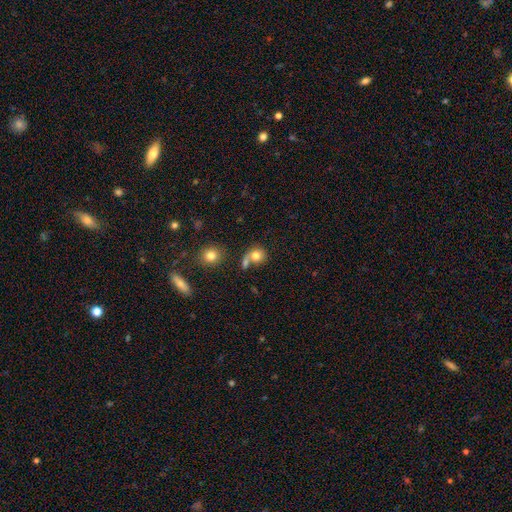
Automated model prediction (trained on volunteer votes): Smooth or featured: smooth — 77% (featured or disk — 12%)
How rounded: round — 81% (in between — 18%)
Merging: none — 48% (merger — 32%)